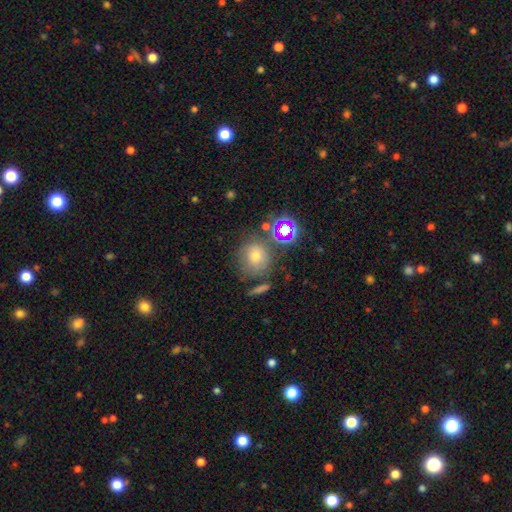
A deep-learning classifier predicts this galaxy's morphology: smooth_or_featured: smooth (p=0.62) [alt: star or artifact p=0.23]
how_rounded: round (p=0.85) [alt: in between p=0.14]
merging: none (p=0.66) [alt: merger p=0.14]